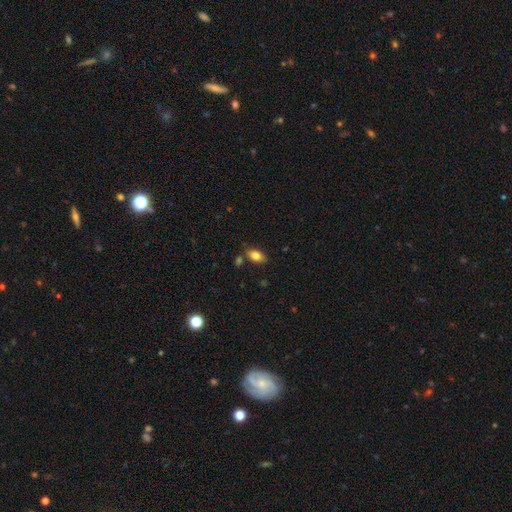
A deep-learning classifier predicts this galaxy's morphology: A smooth galaxy with no disk features (81%) that is in between round and cigar-shaped (89%).

Vote fractions:
- Smooth or featured? smooth: 81% / featured or disk: 10% / star or artifact: 9%
- How rounded? in between: 89% / round: 8% / cigar-shaped: 3%
- Merging? none: 79% / minor disturbance: 12% / merger: 6% / major disturbance: 3%